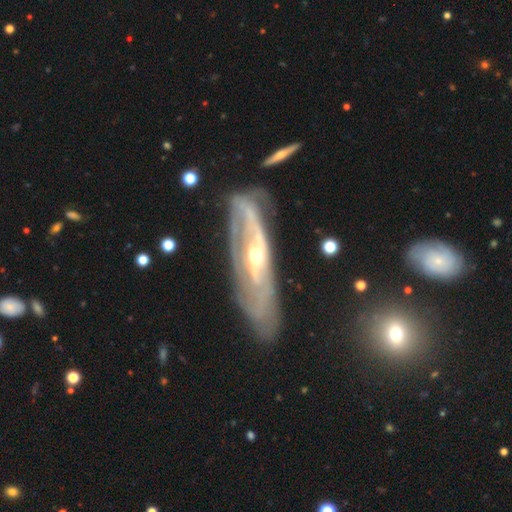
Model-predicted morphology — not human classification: featured or disk 84%, smooth 11%, star or artifact 5%. Down the decision tree: edge-on disk — no (80%); bar — no (53%); spiral arms — yes (81%); spiral arm count — 2 (42%); spiral winding — tight (54%); bulge size — moderate (58%); merging — none (67%).